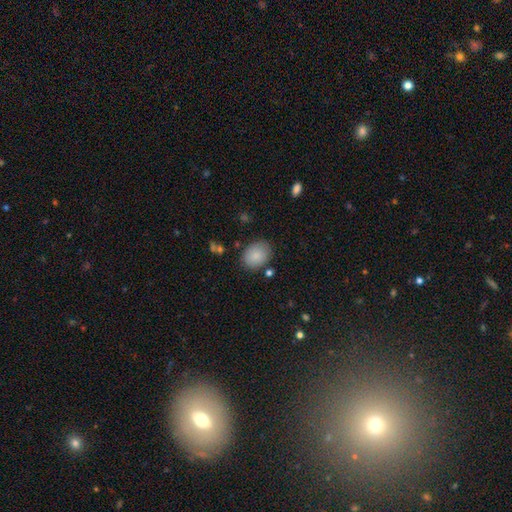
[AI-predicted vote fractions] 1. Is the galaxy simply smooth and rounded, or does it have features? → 87% smooth, 7% star or artifact, 6% featured or disk.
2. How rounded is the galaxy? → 65% in between, 35% round, 1% cigar-shaped.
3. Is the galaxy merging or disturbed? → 80% none, 13% minor disturbance, 4% major disturbance, 3% merger.